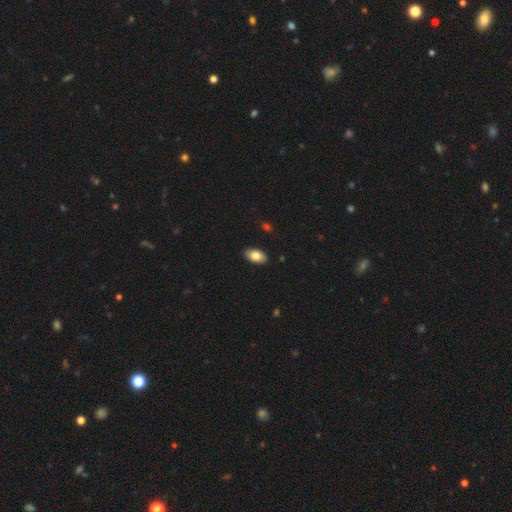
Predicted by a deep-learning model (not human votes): The model was most divided on "smooth or featured": smooth: 83%, featured or disk: 11%, star or artifact: 7%. More confident: how rounded — in between (94%); merging — none (88%).